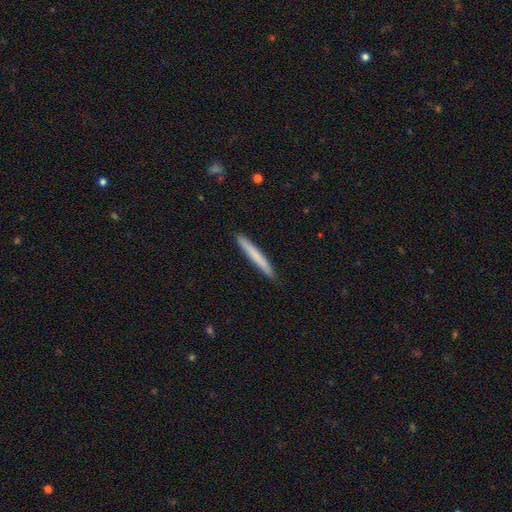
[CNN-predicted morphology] A smooth galaxy with no disk features (71%) that is cigar-shaped (97%).

Vote fractions:
- Smooth or featured? smooth: 71% / featured or disk: 24% / star or artifact: 5%
- How rounded? cigar-shaped: 97% / in between: 2% / round: 1%
- Merging? none: 89% / minor disturbance: 9% / major disturbance: 1% / merger: 1%